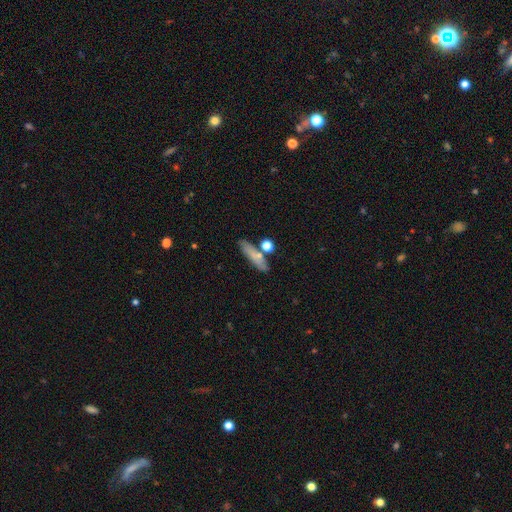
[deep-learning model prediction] Smooth or featured: smooth — 71% (featured or disk — 20%)
How rounded: cigar-shaped — 63% (in between — 30%)
Merging: none — 70% (minor disturbance — 13%)